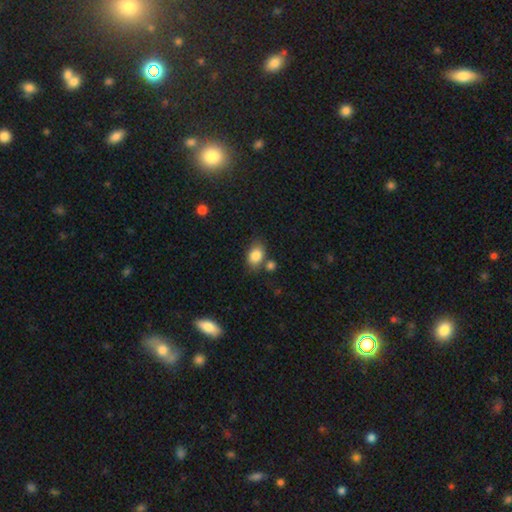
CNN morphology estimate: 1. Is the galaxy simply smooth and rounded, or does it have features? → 85% smooth, 8% star or artifact, 7% featured or disk.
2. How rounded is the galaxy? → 76% in between, 23% round, 1% cigar-shaped.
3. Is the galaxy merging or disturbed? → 63% none, 18% minor disturbance, 14% merger, 5% major disturbance.